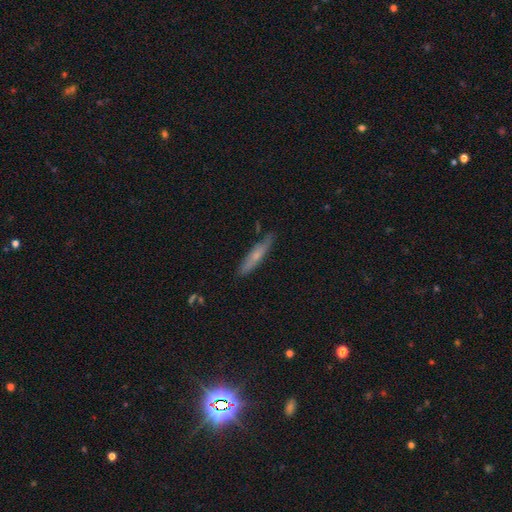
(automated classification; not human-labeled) This is possibly a smooth galaxy (56%). How rounded: clearly cigar-shaped (89%). Merging: likely none (80%).